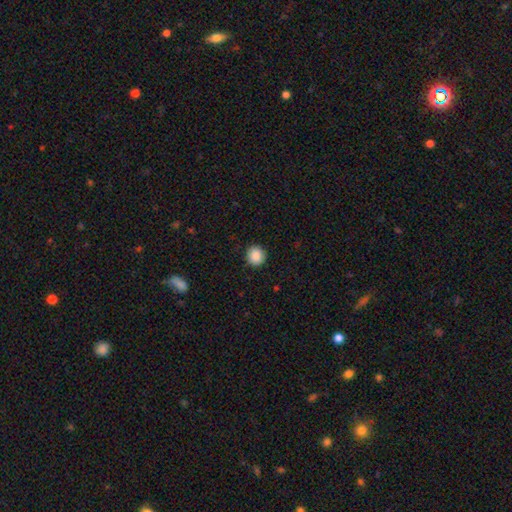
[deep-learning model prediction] This appears to be a smooth galaxy with no disk features (88%) that is round (91%). Merging: none (91%).